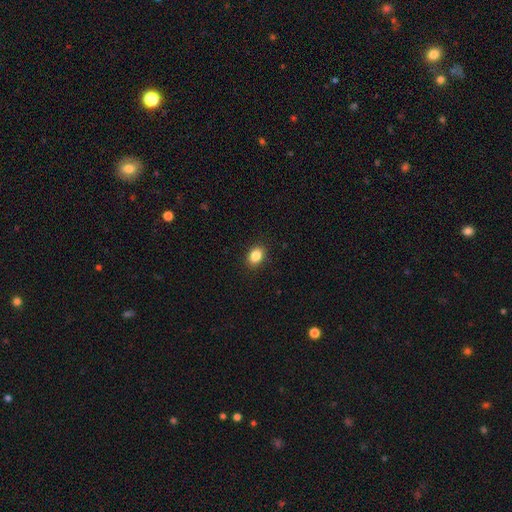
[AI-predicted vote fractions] This appears to be a smooth galaxy with no disk features (86%) that is in between round and cigar-shaped (69%). Merging: none (89%).